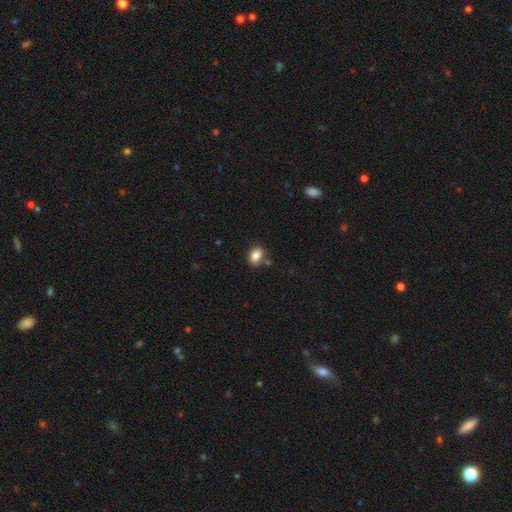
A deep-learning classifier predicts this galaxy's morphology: Smooth or featured?
  - smooth: 86% *
  - star or artifact: 9%
  - featured or disk: 6%
How rounded?
  - in between: 79% *
  - round: 19%
  - cigar-shaped: 1%
Merging?
  - none: 78% *
  - minor disturbance: 12%
  - merger: 6%
  - major disturbance: 3%